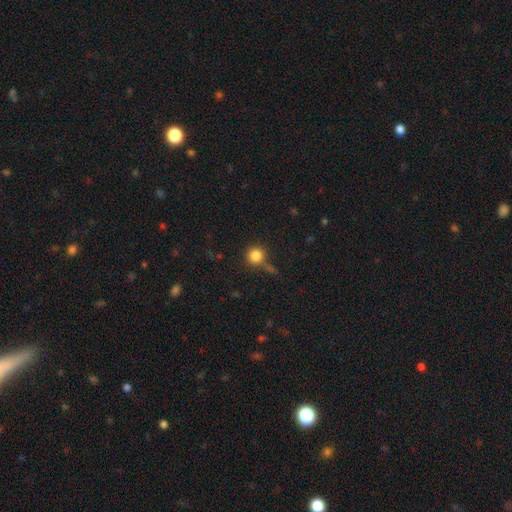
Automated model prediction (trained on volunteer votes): smooth-or-featured: smooth: 83% | star or artifact: 11% | featured or disk: 5%
  how-rounded: round: 93% | in between: 6% | cigar-shaped: 1%
  merging: none: 71% | minor disturbance: 12% | merger: 11% | major disturbance: 5%